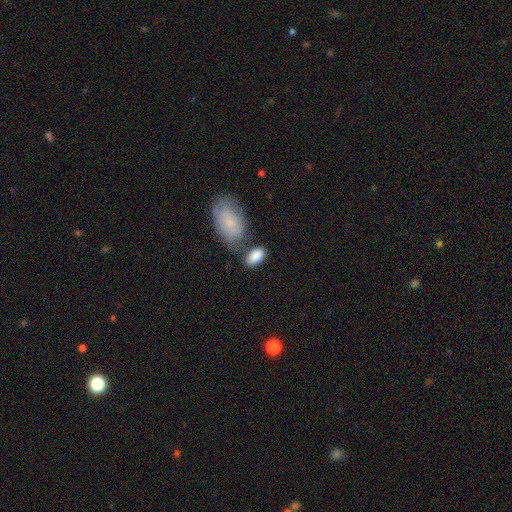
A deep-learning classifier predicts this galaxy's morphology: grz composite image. It shows a smooth galaxy with no disk features (86%) that is in between round and cigar-shaped (93%). Merging: none (55%).